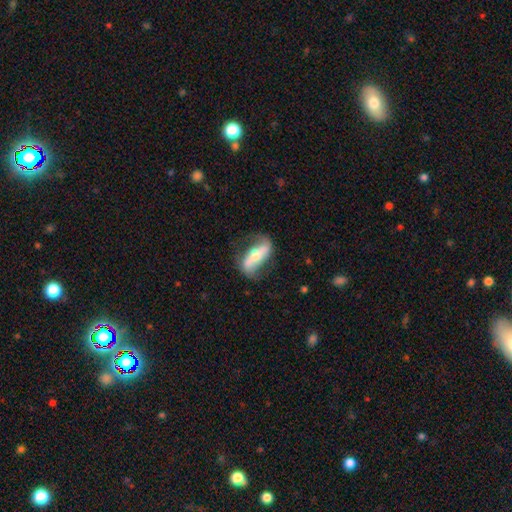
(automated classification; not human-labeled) Smooth or featured: featured or disk — 58% (smooth — 36%)
Edge-on disk: no — 72% (yes — 28%)
Merging: none — 64% (minor disturbance — 22%)